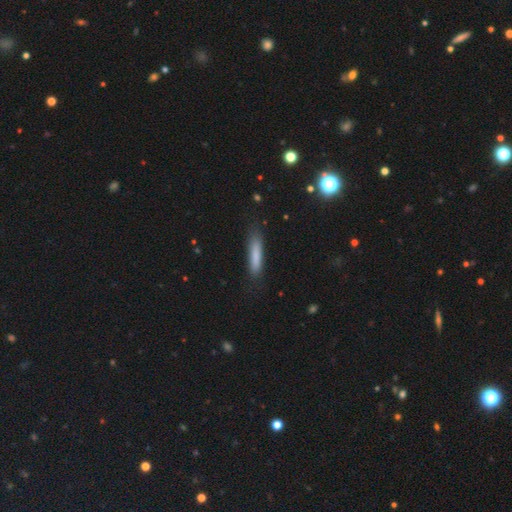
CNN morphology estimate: Q: Smooth or featured?
A: smooth (80%); runner-up: featured or disk (13%)
Q: How rounded?
A: cigar-shaped (85%); runner-up: in between (13%)
Q: Merging?
A: none (80%); runner-up: minor disturbance (15%)